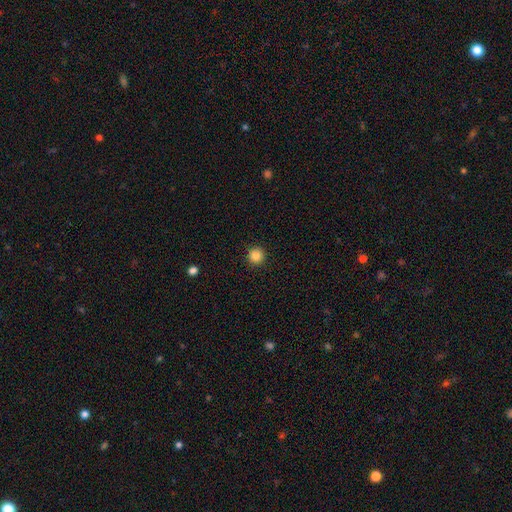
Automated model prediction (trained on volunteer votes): Smooth or featured? smooth (86%)
How rounded? round (96%)
Merging? none (93%)